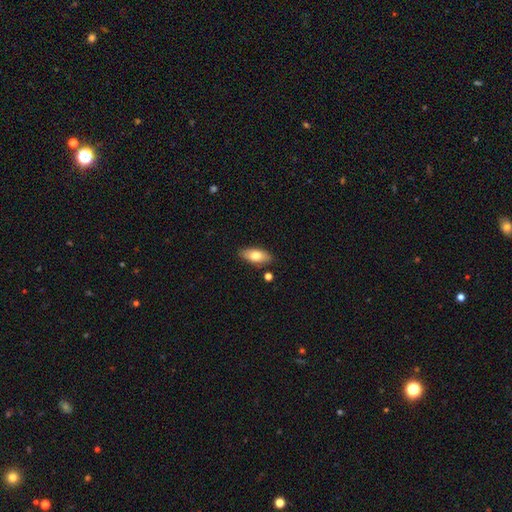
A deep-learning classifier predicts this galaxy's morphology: Overall: smooth (74%). How rounded: in between (86%). Merging: none (86%).